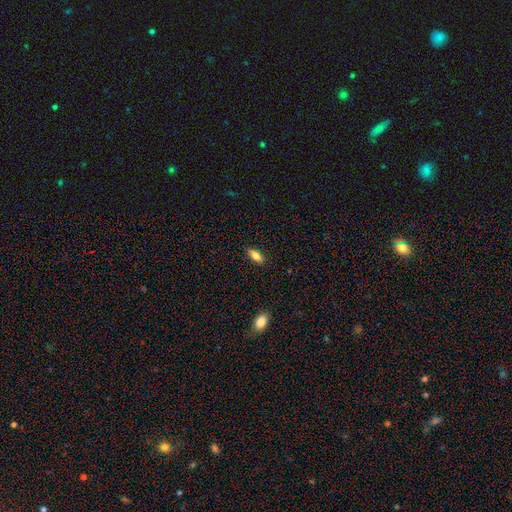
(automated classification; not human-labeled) Smooth or featured?
  - smooth: 79% *
  - featured or disk: 14%
  - star or artifact: 8%
How rounded?
  - in between: 81% *
  - cigar-shaped: 16%
  - round: 3%
Merging?
  - none: 88% *
  - minor disturbance: 9%
  - major disturbance: 2%
  - merger: 1%